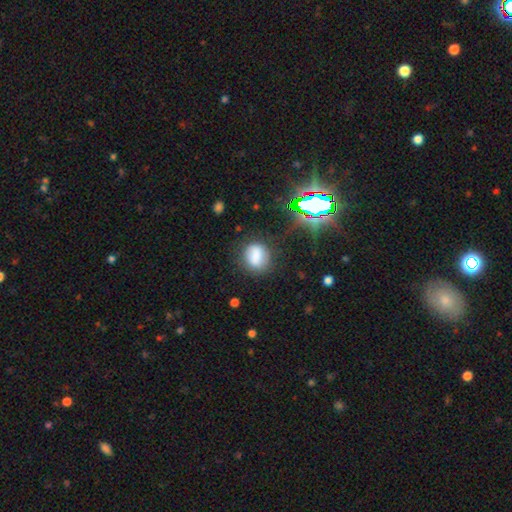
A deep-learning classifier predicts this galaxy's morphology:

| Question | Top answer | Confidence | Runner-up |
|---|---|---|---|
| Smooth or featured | smooth | 77% | star or artifact (14%) |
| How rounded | round | 52% | in between (47%) |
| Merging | none | 72% | minor disturbance (17%) |